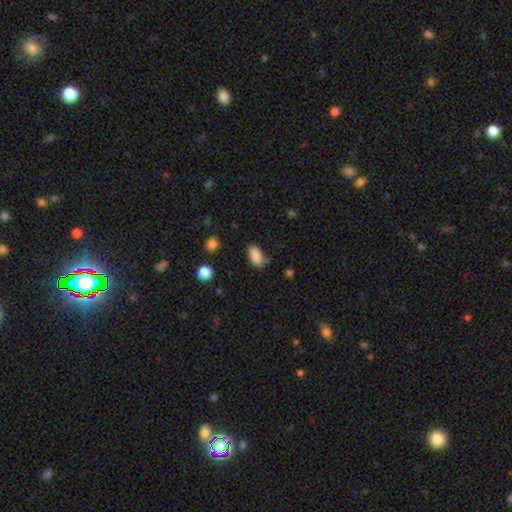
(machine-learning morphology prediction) Smooth or featured: smooth — 87% (star or artifact — 9%)
How rounded: in between — 92% (round — 6%)
Merging: none — 68% (minor disturbance — 24%)